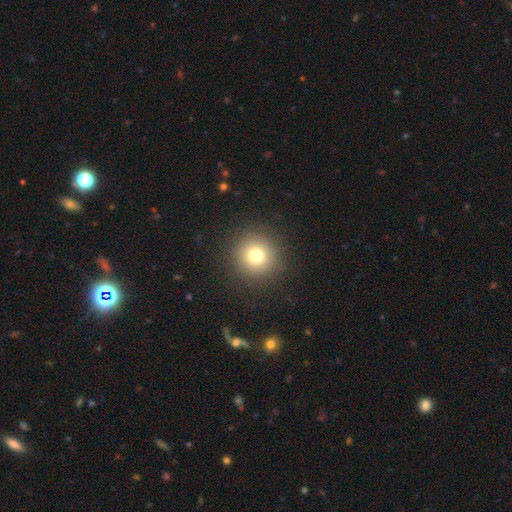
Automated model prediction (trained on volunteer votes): The model was most divided on "smooth or featured": smooth: 77%, star or artifact: 14%, featured or disk: 9%. More confident: how rounded — round (95%); merging — none (91%).